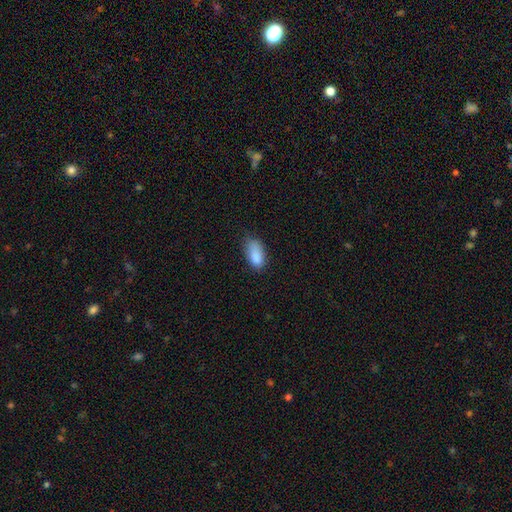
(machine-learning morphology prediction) A smooth galaxy with no disk features (85%) that is in between round and cigar-shaped (92%).

Vote fractions:
- Smooth or featured? smooth: 85% / star or artifact: 9% / featured or disk: 6%
- How rounded? in between: 92% / round: 4% / cigar-shaped: 4%
- Merging? none: 50% / minor disturbance: 37% / major disturbance: 11% / merger: 2%